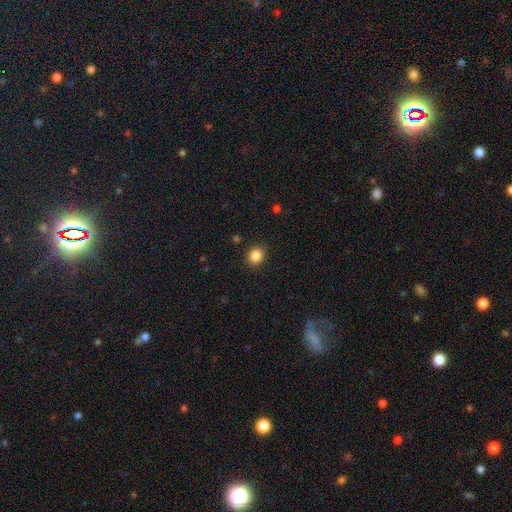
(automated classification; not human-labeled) The model was most divided on "how rounded": round: 79%, in between: 20%, cigar-shaped: 1%. More confident: merging — none (90%); smooth or featured — smooth (86%).